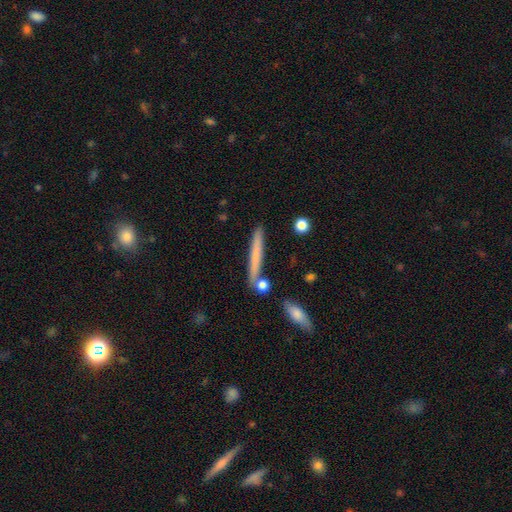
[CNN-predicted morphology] Smooth or featured: smooth — 65% (featured or disk — 28%)
How rounded: cigar-shaped — 95% (in between — 3%)
Merging: none — 81% (minor disturbance — 10%)